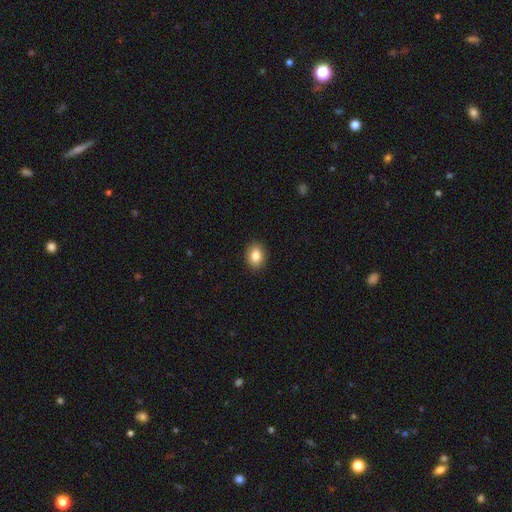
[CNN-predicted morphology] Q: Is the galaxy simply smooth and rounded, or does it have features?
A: smooth — 84%.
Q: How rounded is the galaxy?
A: in between — 59%.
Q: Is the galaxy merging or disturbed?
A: none — 90%.